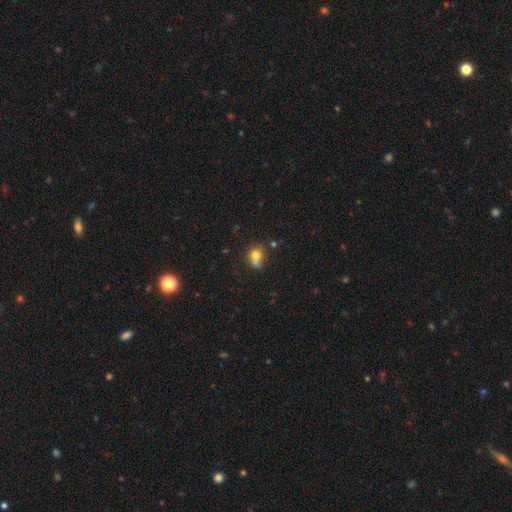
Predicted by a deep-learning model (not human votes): Smooth or featured?
  - smooth: 73% *
  - featured or disk: 15%
  - star or artifact: 12%
How rounded?
  - round: 59% *
  - in between: 39%
  - cigar-shaped: 2%
Merging?
  - none: 38% *
  - merger: 31%
  - minor disturbance: 20%
  - major disturbance: 11%